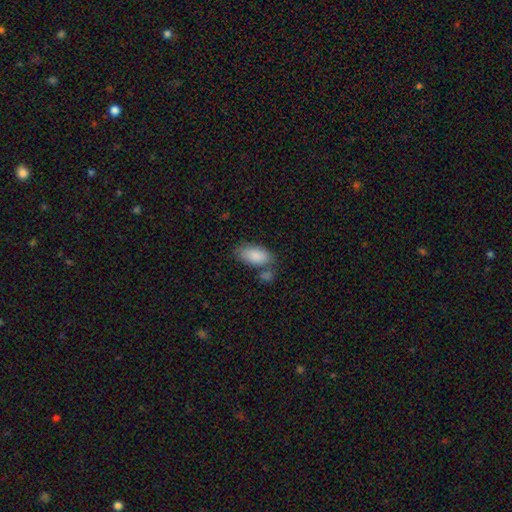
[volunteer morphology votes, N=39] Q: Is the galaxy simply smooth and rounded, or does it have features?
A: smooth — 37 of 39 (95%).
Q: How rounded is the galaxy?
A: in between — 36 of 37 (97%).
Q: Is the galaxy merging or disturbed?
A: none — 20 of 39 (51%).